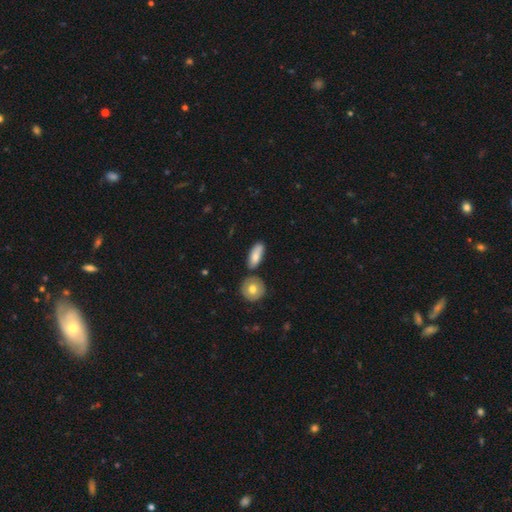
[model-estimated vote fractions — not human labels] A smooth galaxy with no disk features (77%) that is in between round and cigar-shaped (73%). Merging: none (71%).